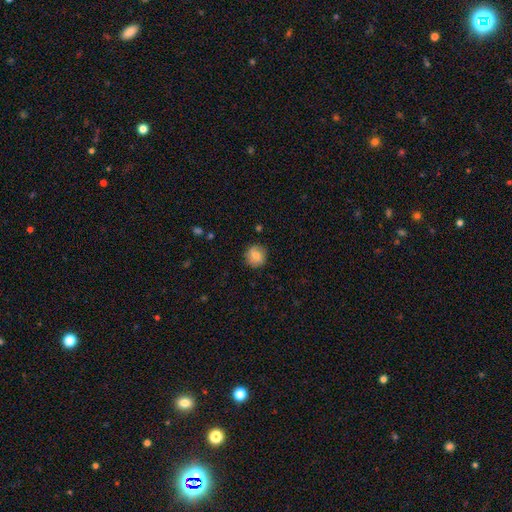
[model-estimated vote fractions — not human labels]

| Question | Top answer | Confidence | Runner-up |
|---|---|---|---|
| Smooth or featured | smooth | 79% | featured or disk (13%) |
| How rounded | round | 88% | in between (11%) |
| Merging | none | 85% | minor disturbance (11%) |